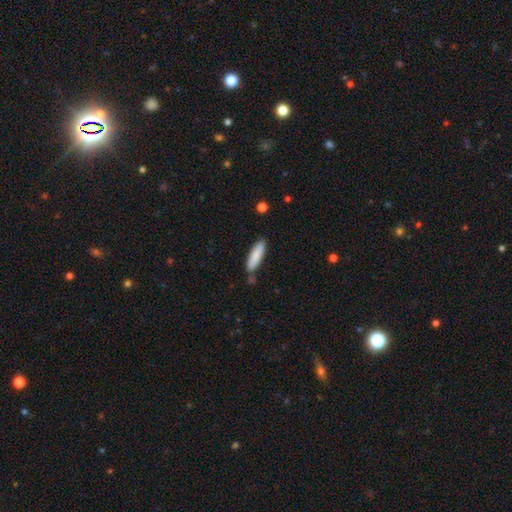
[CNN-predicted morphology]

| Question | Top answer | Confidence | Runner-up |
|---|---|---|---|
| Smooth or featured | smooth | 85% | featured or disk (9%) |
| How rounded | cigar-shaped | 66% | in between (32%) |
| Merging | none | 77% | minor disturbance (15%) |